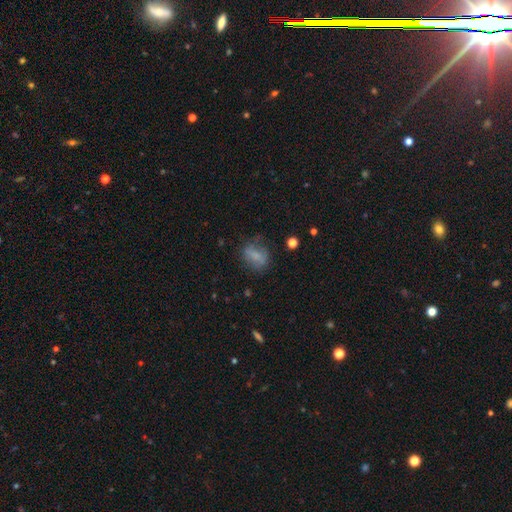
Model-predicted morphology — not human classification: Smooth or featured? Predicted: smooth (p=0.63). How rounded? Predicted: in between (p=0.60). Merging? Predicted: none (p=0.55).